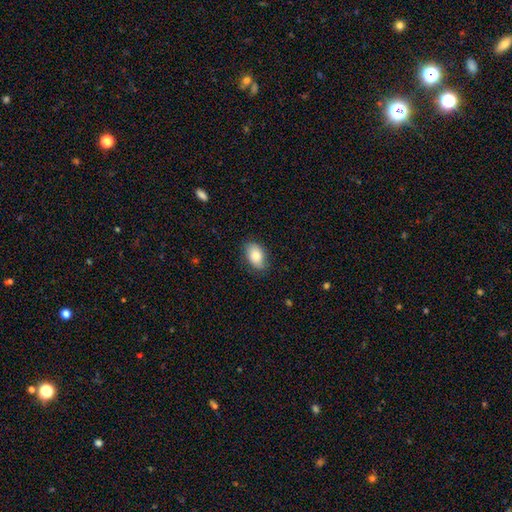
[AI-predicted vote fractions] Smooth or featured? smooth (83%)
How rounded? in between (89%)
Merging? none (80%)